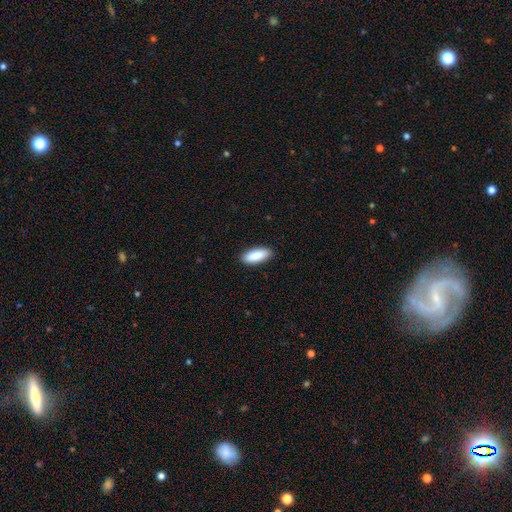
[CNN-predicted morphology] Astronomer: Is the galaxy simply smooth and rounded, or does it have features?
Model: smooth — 90%.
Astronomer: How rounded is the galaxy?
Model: in between — 75%.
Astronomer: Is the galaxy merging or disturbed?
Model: none — 89%.